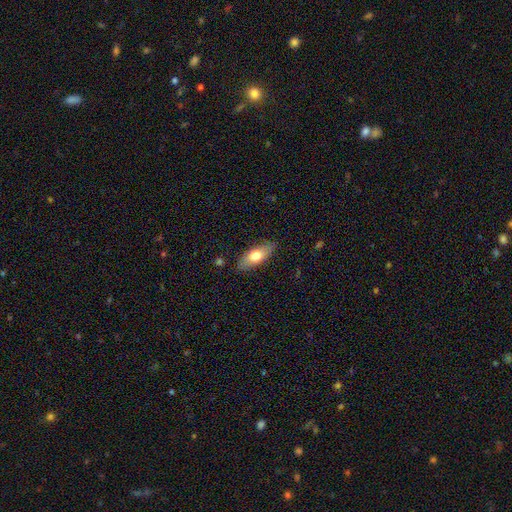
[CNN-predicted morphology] Smooth or featured: smooth — 69% (featured or disk — 25%)
How rounded: in between — 76% (cigar-shaped — 22%)
Merging: none — 86% (minor disturbance — 11%)